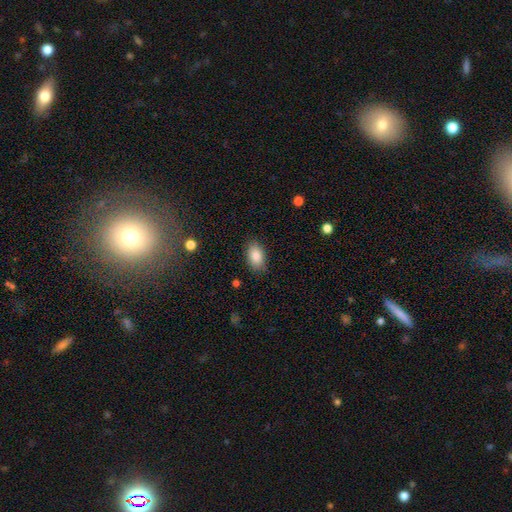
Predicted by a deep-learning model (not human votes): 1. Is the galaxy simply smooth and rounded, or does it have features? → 86% smooth, 7% star or artifact, 7% featured or disk.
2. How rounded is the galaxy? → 91% in between, 7% round, 2% cigar-shaped.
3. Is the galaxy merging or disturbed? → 85% none, 11% minor disturbance, 3% major disturbance, 1% merger.